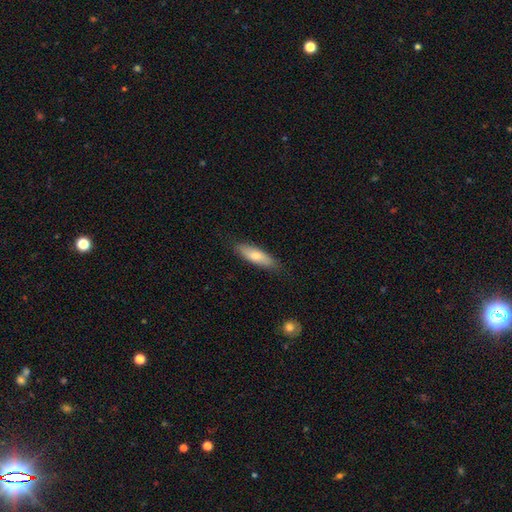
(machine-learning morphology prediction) A smooth galaxy with no disk features (74%) that is cigar-shaped (53%). Merging: none (83%).